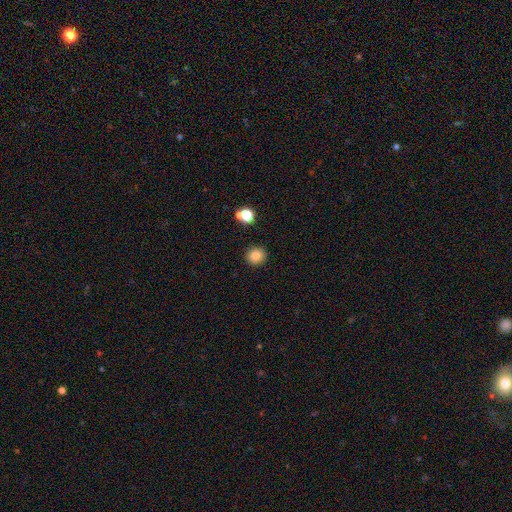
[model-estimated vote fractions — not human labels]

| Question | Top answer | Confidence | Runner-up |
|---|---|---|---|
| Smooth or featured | smooth | 83% | star or artifact (12%) |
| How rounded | round | 90% | in between (9%) |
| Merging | none | 90% | minor disturbance (6%) |